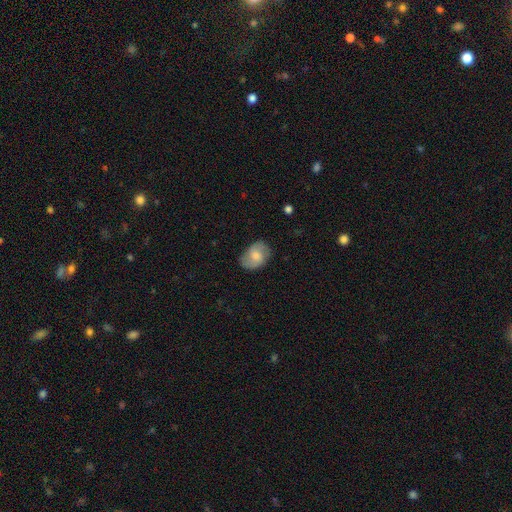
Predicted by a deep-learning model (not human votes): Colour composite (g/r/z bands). It shows a smooth galaxy with no disk features (54%) that is in between round and cigar-shaped (75%). Merging: none (74%).